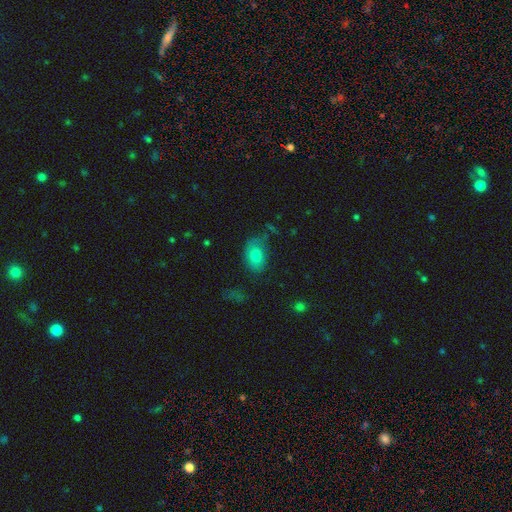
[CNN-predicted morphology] type=smooth (76%); roundness=in between (83%); merging=none (63%).